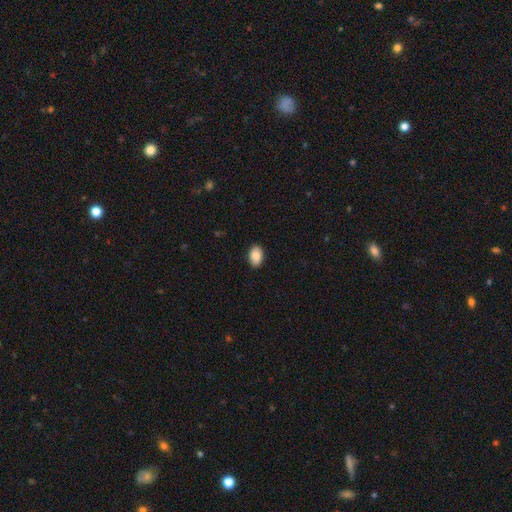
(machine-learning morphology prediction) Smooth or featured? smooth (87%)
How rounded? in between (89%)
Merging? none (90%)